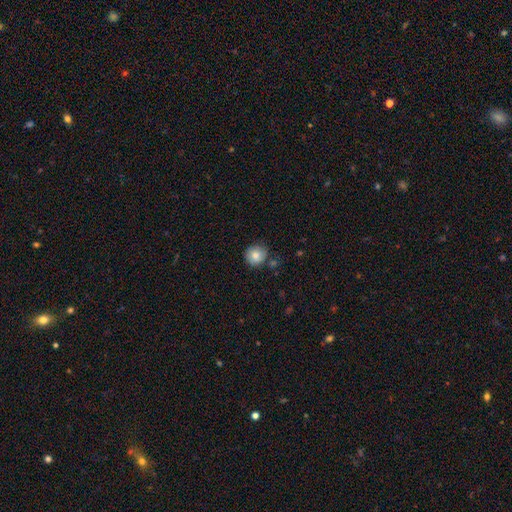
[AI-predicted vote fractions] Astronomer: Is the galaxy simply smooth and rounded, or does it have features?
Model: smooth — 80%.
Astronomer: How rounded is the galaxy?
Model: round — 91%.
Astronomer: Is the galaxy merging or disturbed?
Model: none — 77%.